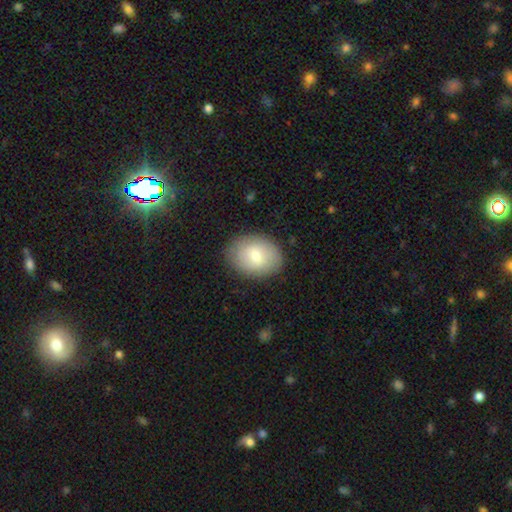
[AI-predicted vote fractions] Overall: smooth (73%). How rounded: in between (68%; round 31%). Merging: none (85%).